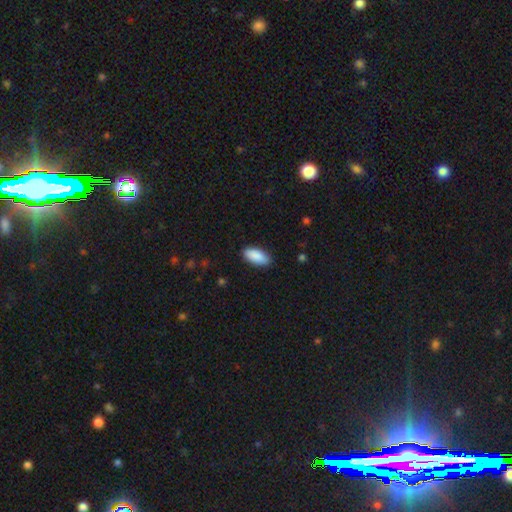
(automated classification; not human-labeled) smooth_or_featured: smooth (p=0.90) [alt: star or artifact p=0.06]
how_rounded: in between (p=0.89) [alt: cigar-shaped p=0.09]
merging: none (p=0.88) [alt: minor disturbance p=0.09]